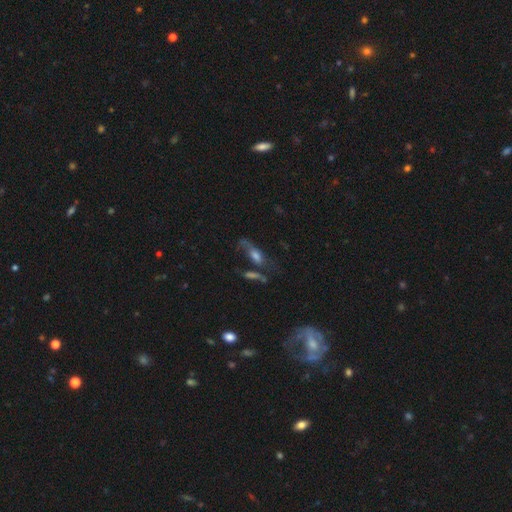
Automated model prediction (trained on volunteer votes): smooth-or-featured: featured or disk: 49% | smooth: 37% | star or artifact: 14%
  merging: none: 44% | major disturbance: 22% | minor disturbance: 19% | merger: 15%